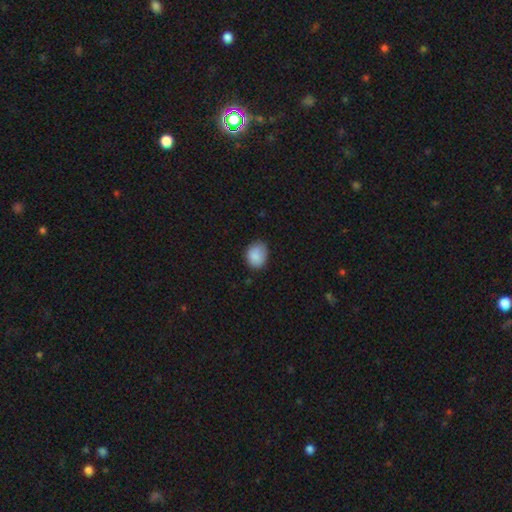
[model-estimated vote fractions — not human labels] A smooth galaxy with no disk features (87%) that is in between round and cigar-shaped (52%). Merging: none (70%).